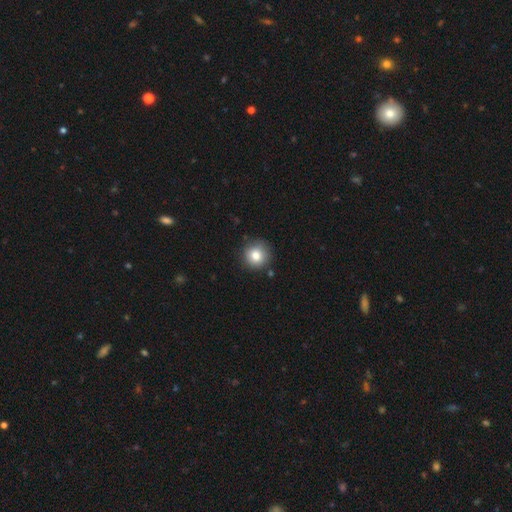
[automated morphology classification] smooth-or-featured: smooth: 81% | star or artifact: 10% | featured or disk: 8%
  how-rounded: round: 94% | in between: 5% | cigar-shaped: 1%
  merging: none: 85% | minor disturbance: 10% | merger: 3% | major disturbance: 2%